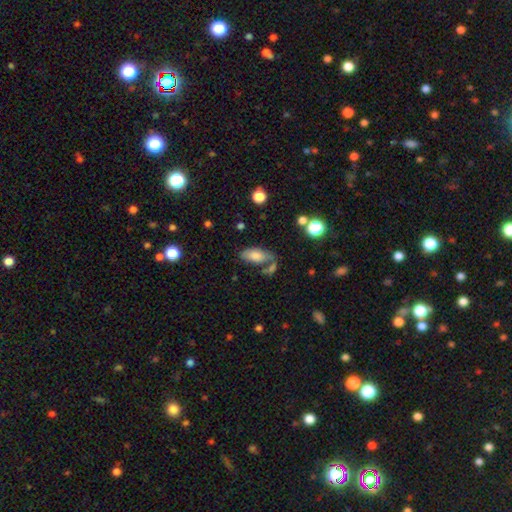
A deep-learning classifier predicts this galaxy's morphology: A smooth galaxy with no disk features (77%) that is in between round and cigar-shaped (89%).

Vote fractions:
- Smooth or featured? smooth: 77% / featured or disk: 14% / star or artifact: 9%
- How rounded? in between: 89% / cigar-shaped: 8% / round: 3%
- Merging? none: 48% / merger: 21% / minor disturbance: 19% / major disturbance: 11%